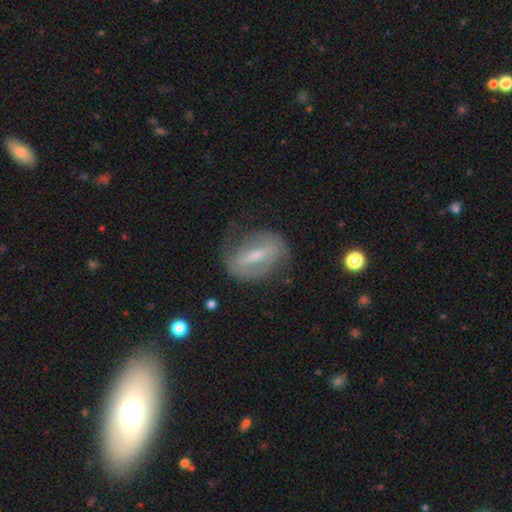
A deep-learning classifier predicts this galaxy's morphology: type=featured or disk (62%); edge-on=no (84%); bar=strong (55%); spiral arms=yes (50%, tied with no); bulge=small (43%); merging=none (68%).